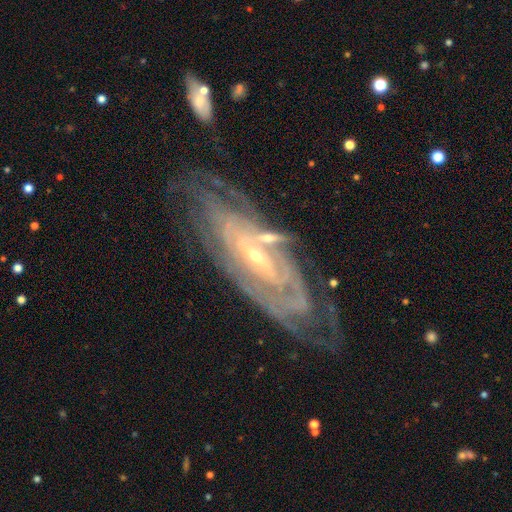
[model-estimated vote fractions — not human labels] Smooth or featured?
  - featured or disk: 87% *
  - smooth: 7%
  - star or artifact: 6%
Edge-on disk?
  - no: 88% *
  - yes: 12%
Bar?
  - weak: 37% *
  - no: 36%
  - strong: 27%
Spiral arms?
  - yes: 93% *
  - no: 7%
Spiral winding?
  - tight: 75% *
  - medium: 20%
  - loose: 5%
Spiral arm count?
  - can't tell: 46% *
  - 2: 15%
  - 4: 13%
  - 3: 12%
  - more than 4: 9%
  - 1: 5%
Bulge size?
  - small: 75% *
  - moderate: 20%
  - none: 2%
  - large: 2%
  - dominant: 1%
Merging?
  - none: 67% *
  - minor disturbance: 20%
  - major disturbance: 9%
  - merger: 4%